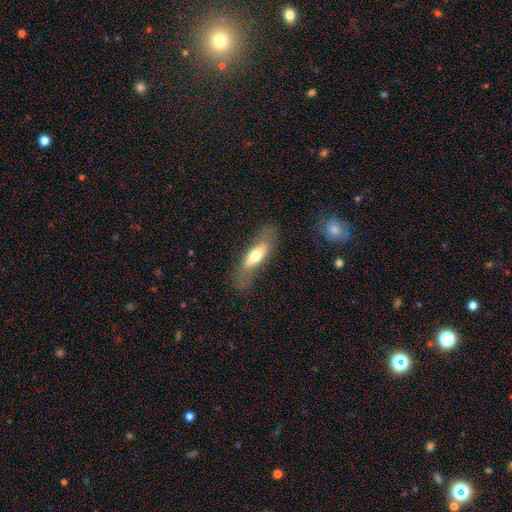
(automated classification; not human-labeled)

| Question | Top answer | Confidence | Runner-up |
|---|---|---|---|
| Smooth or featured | smooth | 52% | featured or disk (42%) |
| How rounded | in between | 50% | cigar-shaped (47%) |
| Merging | none | 65% | minor disturbance (21%) |